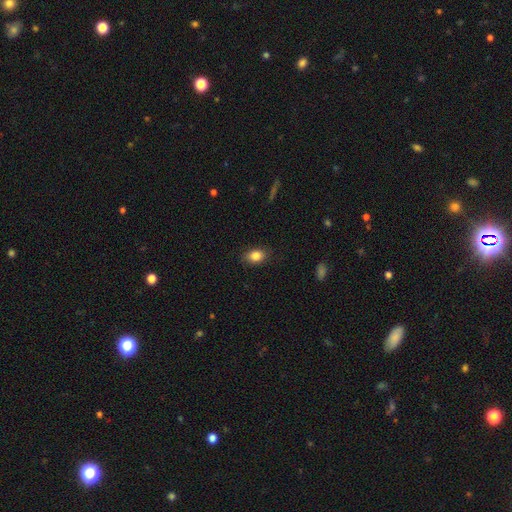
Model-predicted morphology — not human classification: type=smooth (84%); roundness=in between (77%); merging=none (85%).